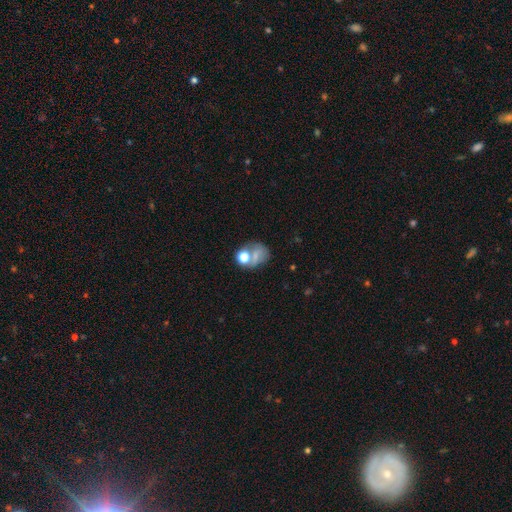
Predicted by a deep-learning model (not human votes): Morphology: type=smooth (61%); roundness=round (62%); merging=none (40%).